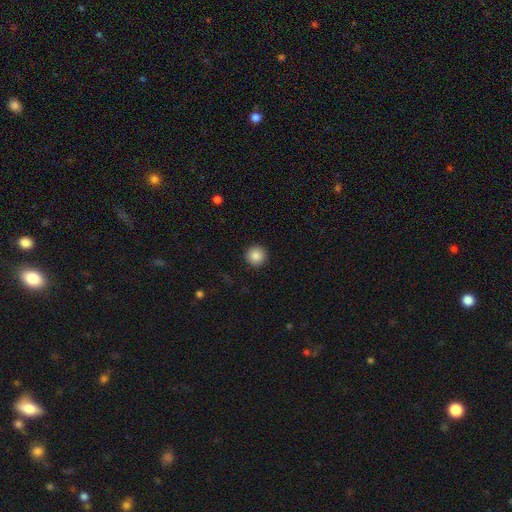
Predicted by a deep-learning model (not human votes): This is clearly a smooth galaxy (87%). How rounded: clearly round (96%). Merging: clearly none (93%).